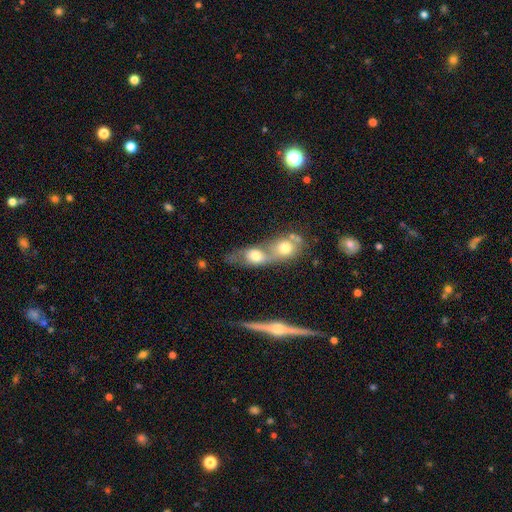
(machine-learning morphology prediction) smooth_or_featured: smooth (p=0.57) [alt: featured or disk p=0.34]
how_rounded: in between (p=0.56) [alt: round p=0.35]
merging: merger (p=0.69) [alt: none p=0.20]